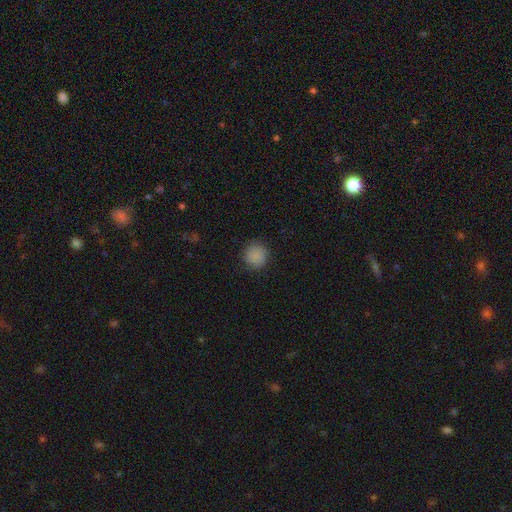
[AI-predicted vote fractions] Smooth or featured? Predicted: smooth (p=0.86). How rounded? Predicted: round (p=0.93). Merging? Predicted: none (p=0.86).